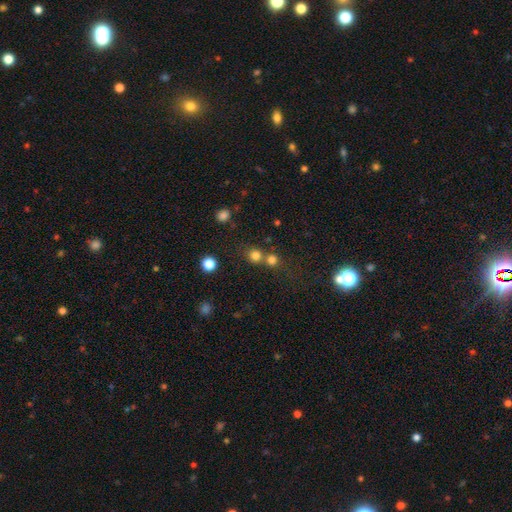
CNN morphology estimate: Smooth or featured: smooth — 77% (star or artifact — 17%)
How rounded: round — 90% (in between — 9%)
Merging: none — 58% (merger — 33%)